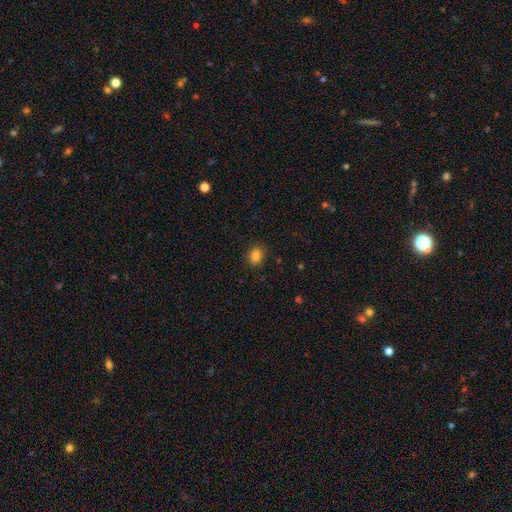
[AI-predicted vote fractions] The model was most divided on "how rounded": in between: 53%, round: 46%, cigar-shaped: 1%. More confident: merging — none (88%); smooth or featured — smooth (84%).